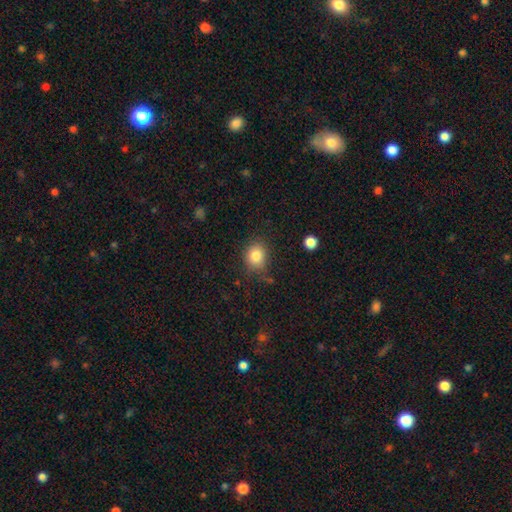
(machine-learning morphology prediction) Smooth or featured?
  - smooth: 83% *
  - star or artifact: 11%
  - featured or disk: 7%
How rounded?
  - round: 68% *
  - in between: 31%
  - cigar-shaped: 1%
Merging?
  - none: 76% *
  - minor disturbance: 17%
  - major disturbance: 5%
  - merger: 3%